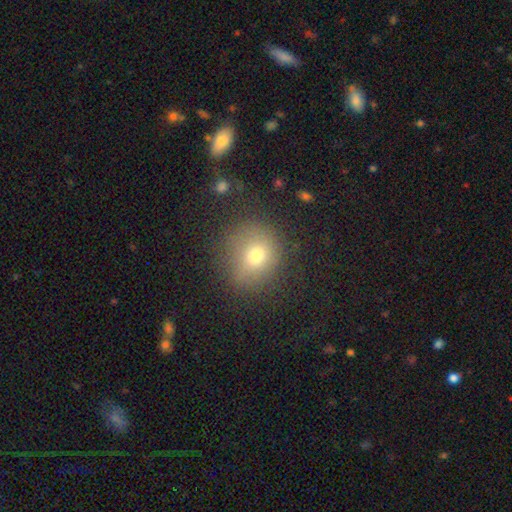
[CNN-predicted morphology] This appears to be a smooth galaxy with no disk features (71%) that is round (82%). Merging: none (77%).